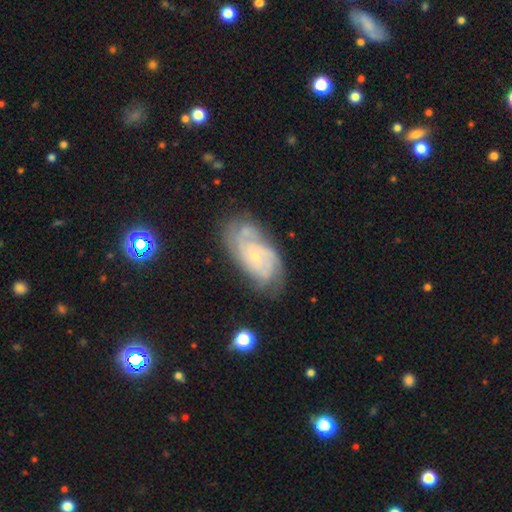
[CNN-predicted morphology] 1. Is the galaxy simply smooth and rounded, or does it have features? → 81% featured or disk, 12% smooth, 7% star or artifact.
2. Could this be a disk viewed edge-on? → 95% no, 5% yes.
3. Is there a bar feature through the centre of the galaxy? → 69% no, 26% weak, 5% strong.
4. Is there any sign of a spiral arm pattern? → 95% yes, 5% no.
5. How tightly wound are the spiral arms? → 66% tight, 28% medium, 6% loose.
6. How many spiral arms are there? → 32% can't tell, 24% 2, 22% 3, 12% 4, 5% more than 4, 5% 1.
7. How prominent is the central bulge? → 79% small, 16% moderate, 3% none, 1% large, 1% dominant.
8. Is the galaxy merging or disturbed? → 65% none, 23% minor disturbance, 8% major disturbance, 4% merger.